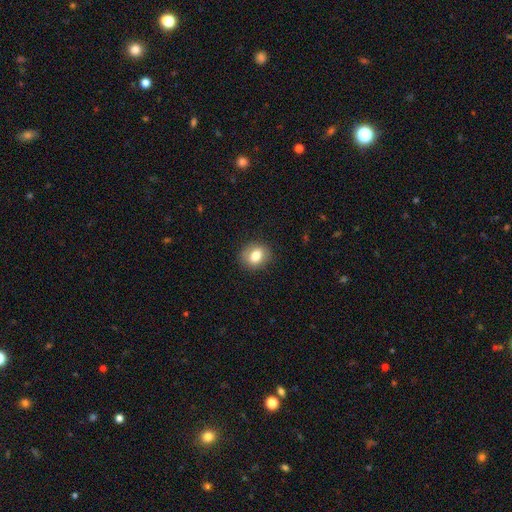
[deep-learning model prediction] Smooth or featured?
  - smooth: 80% *
  - featured or disk: 11%
  - star or artifact: 9%
How rounded?
  - round: 51% *
  - in between: 48%
  - cigar-shaped: 1%
Merging?
  - none: 86% *
  - minor disturbance: 10%
  - major disturbance: 3%
  - merger: 1%